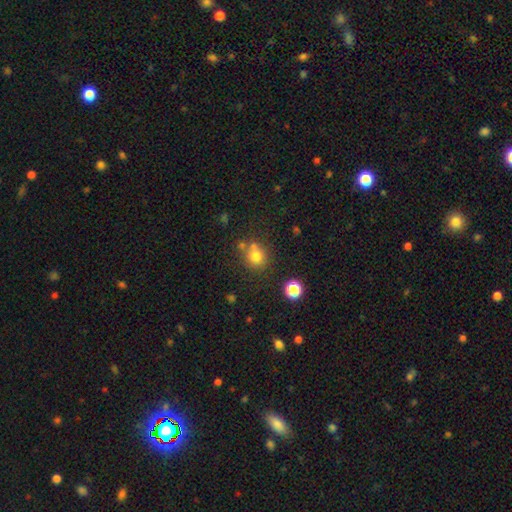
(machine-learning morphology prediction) smooth 75%, star or artifact 15%, featured or disk 10%. Down the decision tree: how rounded — round (81%); merging — none (64%).